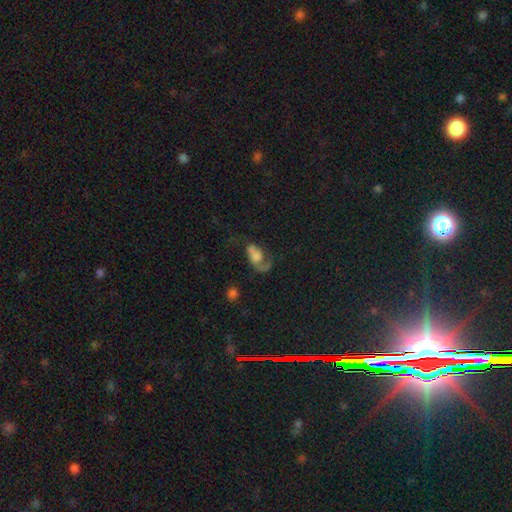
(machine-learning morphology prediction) smooth_or_featured: featured or disk (p=0.53) [alt: smooth p=0.35]
disk_edge_on: no (p=0.96) [alt: yes p=0.04]
bar: no (p=0.76) [alt: weak p=0.19]
has_spiral_arms: yes (p=0.68) [alt: no p=0.32]
bulge_size: large (p=0.27) [alt: none p=0.26]
merging: major disturbance (p=0.43) [alt: none p=0.28]